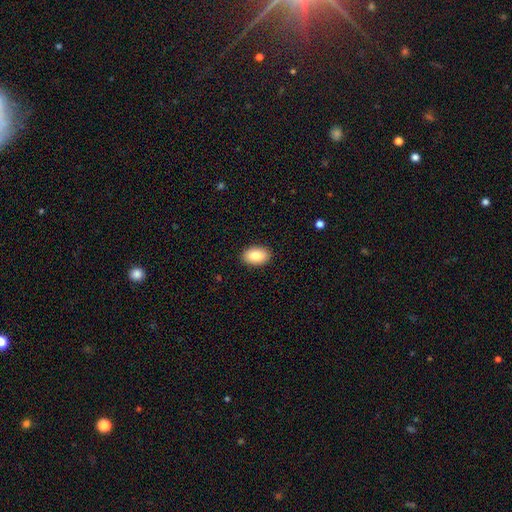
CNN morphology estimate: Smooth or featured? Predicted: smooth (p=0.85). How rounded? Predicted: in between (p=0.90). Merging? Predicted: none (p=0.90).